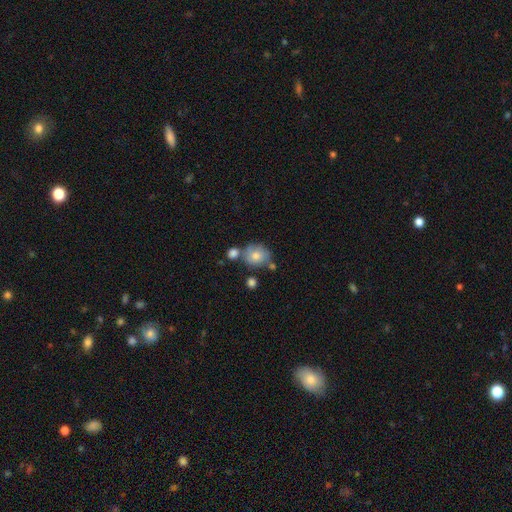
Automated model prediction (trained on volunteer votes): A smooth galaxy with no disk features (76%) that is round (76%).

Vote fractions:
- Smooth or featured? smooth: 76% / featured or disk: 15% / star or artifact: 9%
- How rounded? round: 76% / in between: 23% / cigar-shaped: 1%
- Merging? none: 57% / merger: 22% / minor disturbance: 16% / major disturbance: 5%